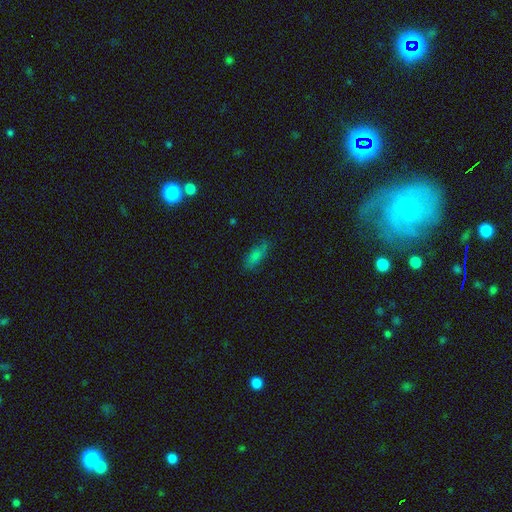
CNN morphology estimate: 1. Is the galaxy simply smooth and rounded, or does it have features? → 80% smooth, 11% star or artifact, 10% featured or disk.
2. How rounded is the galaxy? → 72% in between, 25% cigar-shaped, 3% round.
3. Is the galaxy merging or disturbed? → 74% none, 20% minor disturbance, 4% major disturbance, 2% merger.